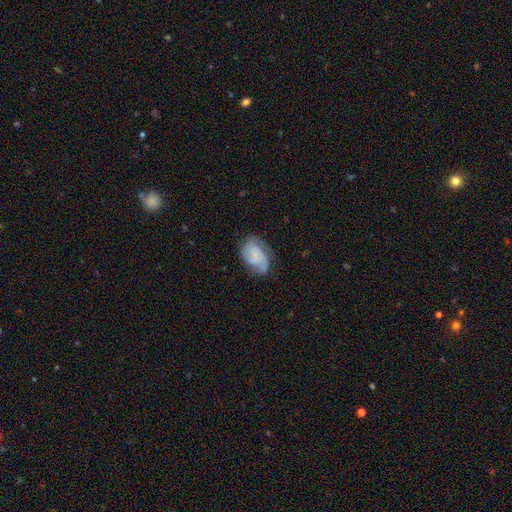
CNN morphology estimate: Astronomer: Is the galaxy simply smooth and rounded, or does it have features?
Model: featured or disk — 59%.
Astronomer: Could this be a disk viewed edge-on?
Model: no — 97%.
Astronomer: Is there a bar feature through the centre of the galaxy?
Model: no — 72%.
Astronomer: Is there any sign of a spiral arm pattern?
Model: yes — 89%.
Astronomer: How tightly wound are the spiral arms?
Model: tight — 41% (runner-up: medium, 40%).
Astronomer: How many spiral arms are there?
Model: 2 — 39% (runner-up: can't tell, 26%).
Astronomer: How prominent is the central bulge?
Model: small — 57%.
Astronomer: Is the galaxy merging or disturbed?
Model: none — 59%.